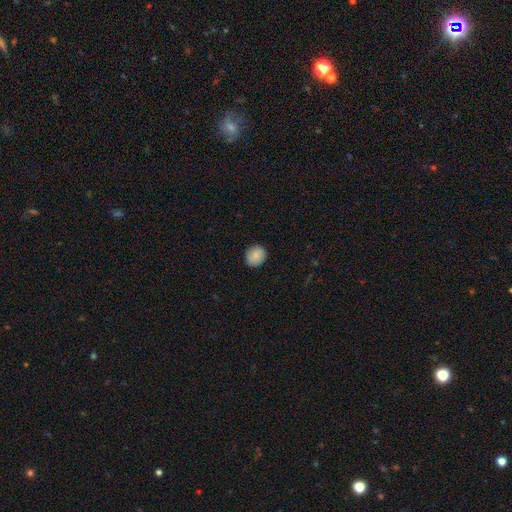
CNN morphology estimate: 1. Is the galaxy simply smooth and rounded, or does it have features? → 88% smooth, 8% star or artifact, 4% featured or disk.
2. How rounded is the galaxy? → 83% round, 16% in between, 1% cigar-shaped.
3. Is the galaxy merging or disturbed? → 89% none, 8% minor disturbance, 2% major disturbance, 1% merger.